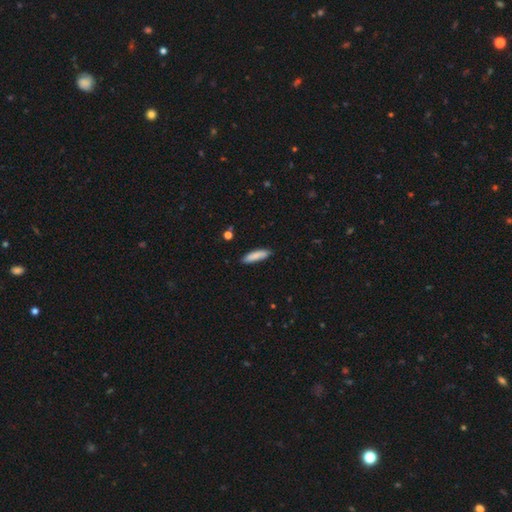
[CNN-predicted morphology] type=smooth (86%); roundness=cigar-shaped (70%); merging=none (86%).